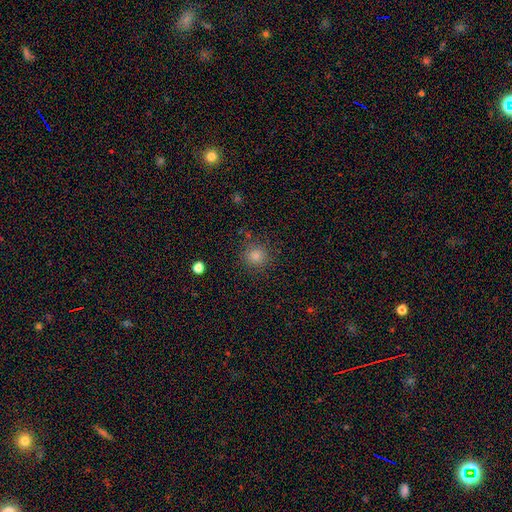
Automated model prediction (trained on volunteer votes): Smooth or featured? smooth (79%)
How rounded? round (94%)
Merging? none (88%)